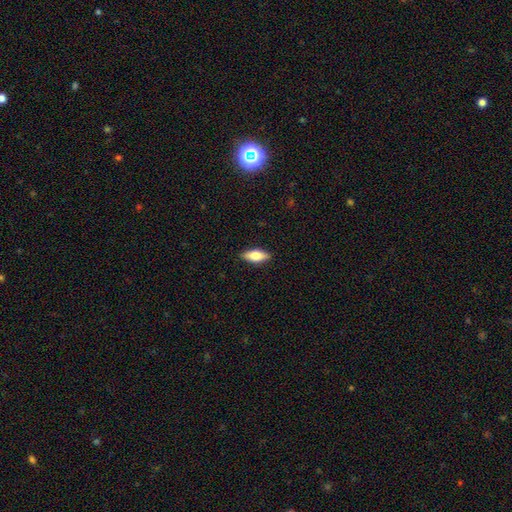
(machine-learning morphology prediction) A smooth galaxy with no disk features (68%) that is in between round and cigar-shaped (73%). Merging: none (89%).